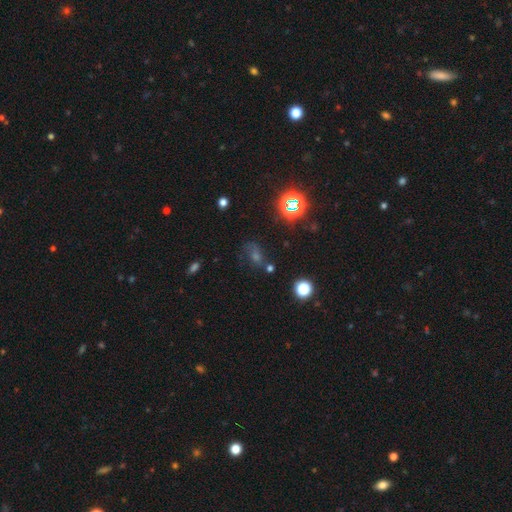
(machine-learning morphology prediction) Smooth or featured?
  - star or artifact: 46% *
  - smooth: 34%
  - featured or disk: 20%